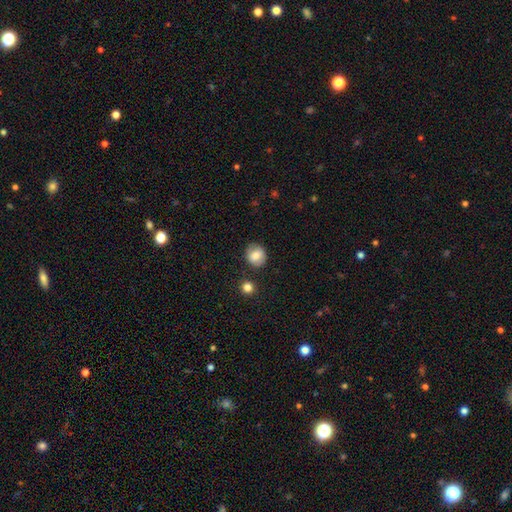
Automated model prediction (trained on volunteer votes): smooth_or_featured: smooth (p=0.75) [alt: featured or disk p=0.16]
how_rounded: round (p=0.75) [alt: in between p=0.24]
merging: none (p=0.83) [alt: minor disturbance p=0.11]